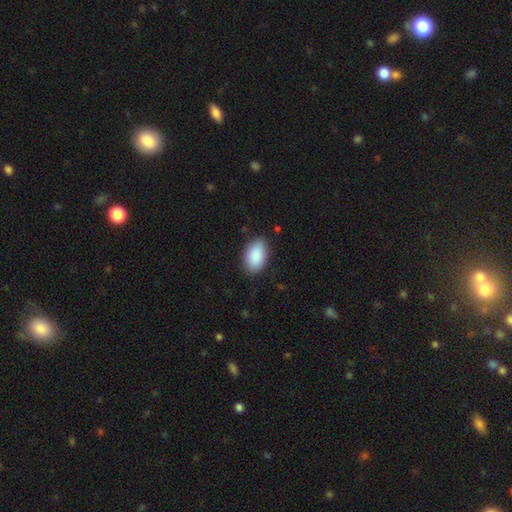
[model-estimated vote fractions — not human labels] This is clearly a smooth galaxy (89%). How rounded: clearly in between (93%). Merging: clearly none (84%).